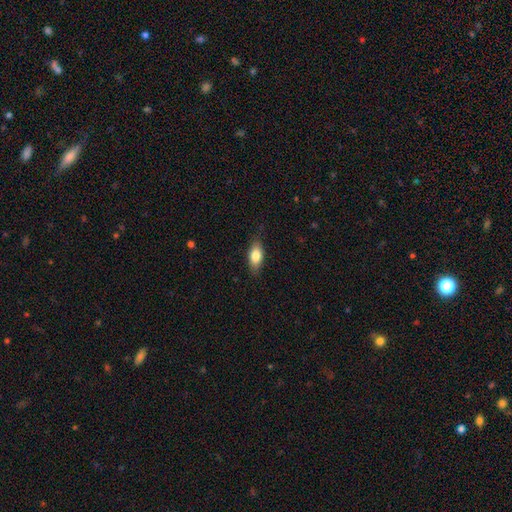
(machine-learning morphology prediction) This appears to be a smooth galaxy with no disk features (79%) that is in between round and cigar-shaped (84%). Merging: none (82%).